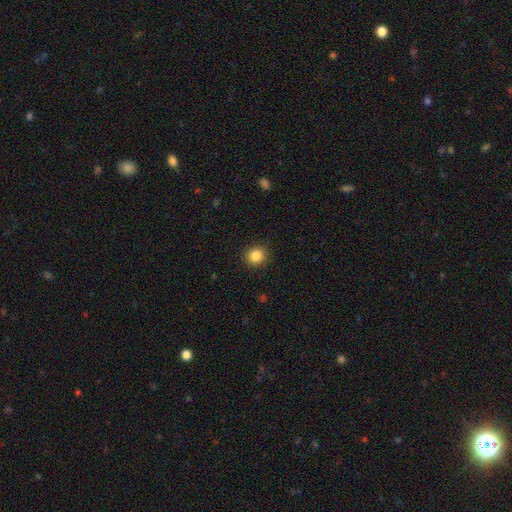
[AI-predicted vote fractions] Q: Smooth or featured?
A: smooth (85%); runner-up: star or artifact (11%)
Q: How rounded?
A: round (89%); runner-up: in between (10%)
Q: Merging?
A: none (90%); runner-up: minor disturbance (7%)